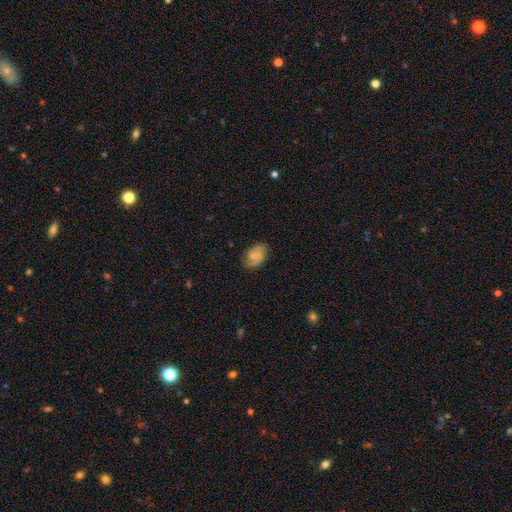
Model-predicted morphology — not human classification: A smooth galaxy with no disk features (52%) that is in between round and cigar-shaped (82%). Merging: none (71%).